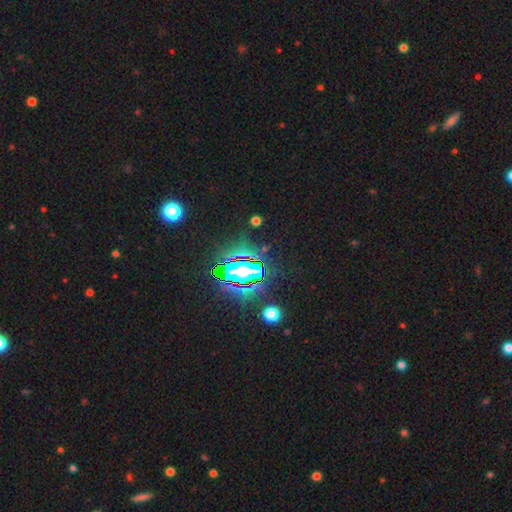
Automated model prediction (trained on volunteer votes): This appears to be a star or artifact, not a galaxy (82%).